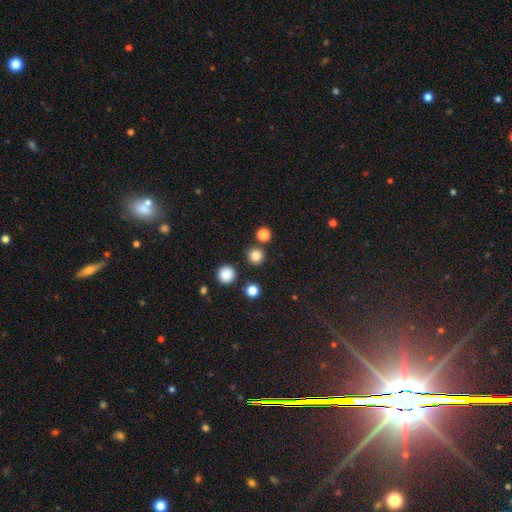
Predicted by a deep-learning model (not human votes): This appears to be a smooth galaxy with no disk features (81%) that is round (94%). Merging: none (85%).